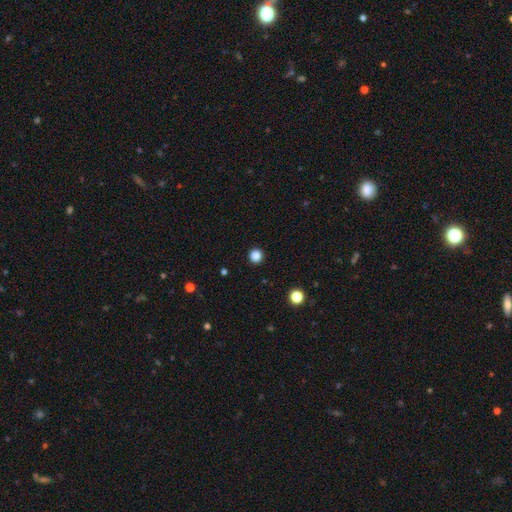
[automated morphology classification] The model was most divided on "smooth or featured": smooth: 85%, star or artifact: 12%, featured or disk: 3%. More confident: how rounded — round (95%); merging — none (94%).